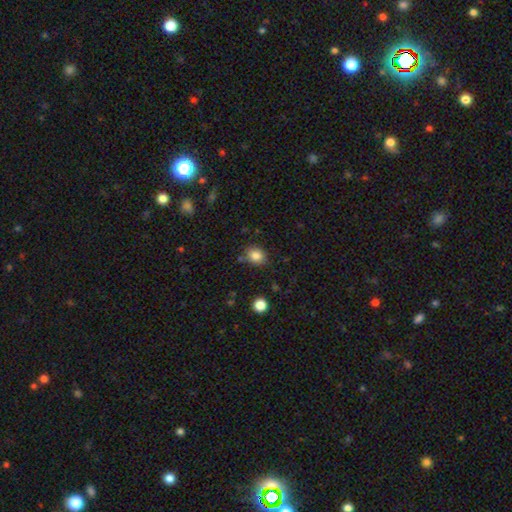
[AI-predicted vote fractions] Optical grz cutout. It shows a smooth galaxy with no disk features (84%) that is round (67%). Merging: none (80%).